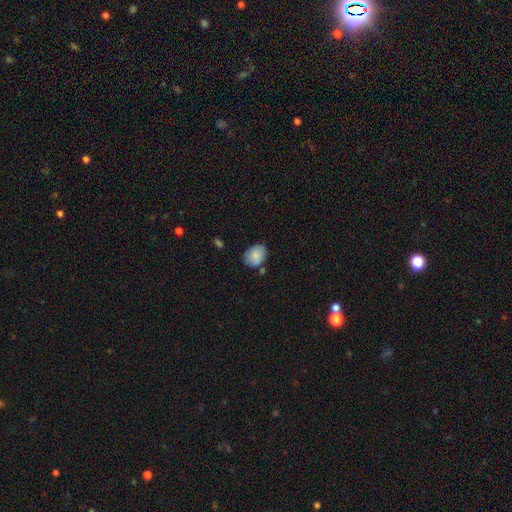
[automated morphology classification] Q: Smooth or featured?
A: smooth (84%); runner-up: featured or disk (10%)
Q: How rounded?
A: in between (64%); runner-up: round (35%)
Q: Merging?
A: none (69%); runner-up: minor disturbance (22%)